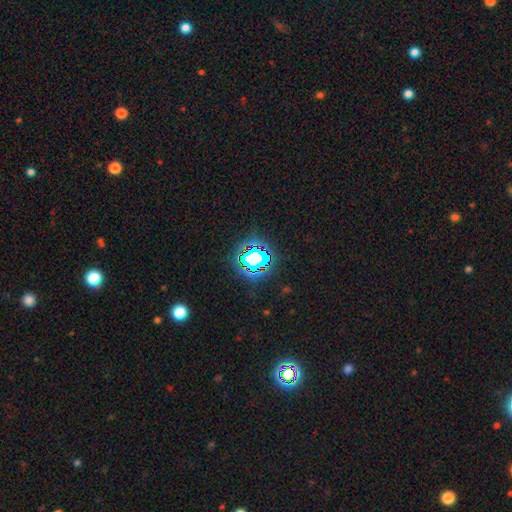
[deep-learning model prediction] star or artifact 62%, smooth 24%, featured or disk 14%.